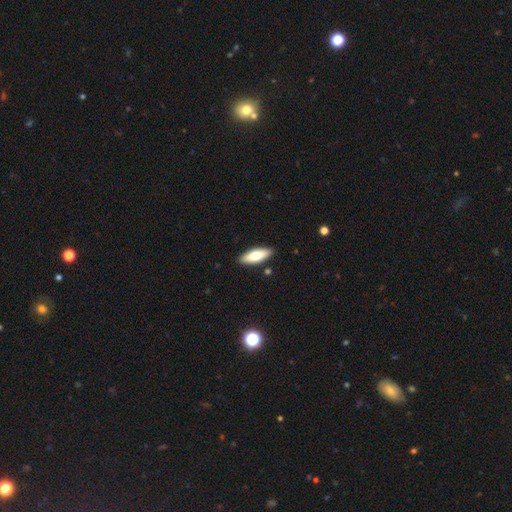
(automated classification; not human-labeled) The model was most divided on "how rounded": in between: 61%, cigar-shaped: 37%, round: 2%. More confident: merging — none (88%); smooth or featured — smooth (72%).